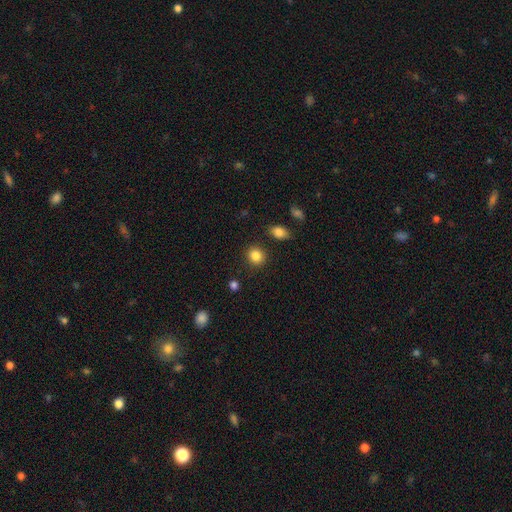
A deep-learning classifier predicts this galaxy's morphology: smooth_or_featured: smooth (p=0.86) [alt: star or artifact p=0.10]
how_rounded: round (p=0.79) [alt: in between p=0.20]
merging: none (p=0.87) [alt: minor disturbance p=0.08]